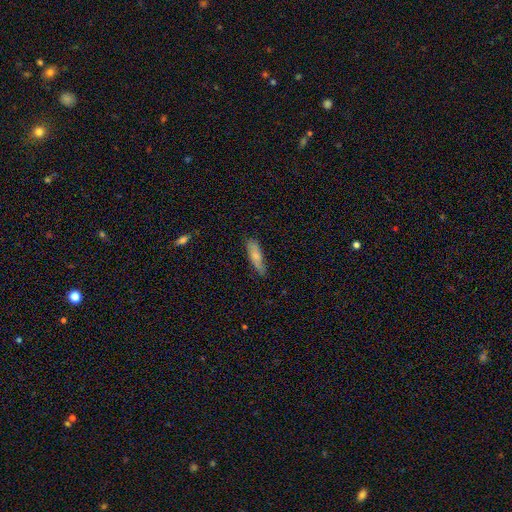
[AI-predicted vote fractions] This is likely a smooth galaxy (72%). How rounded: likely cigar-shaped (63%). Merging: likely none (74%).